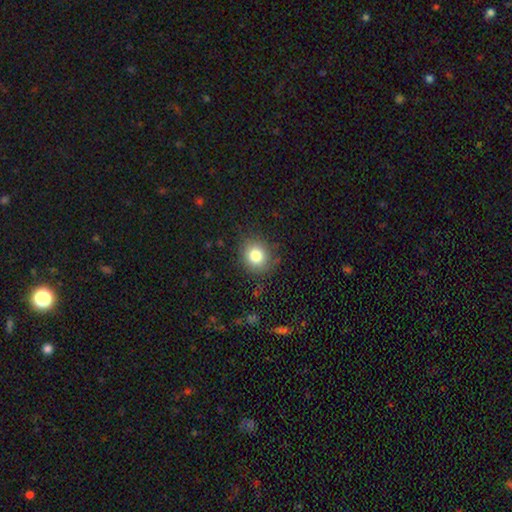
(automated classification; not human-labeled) Smooth or featured? Predicted: smooth (p=0.81). How rounded? Predicted: round (p=0.76). Merging? Predicted: none (p=0.83).